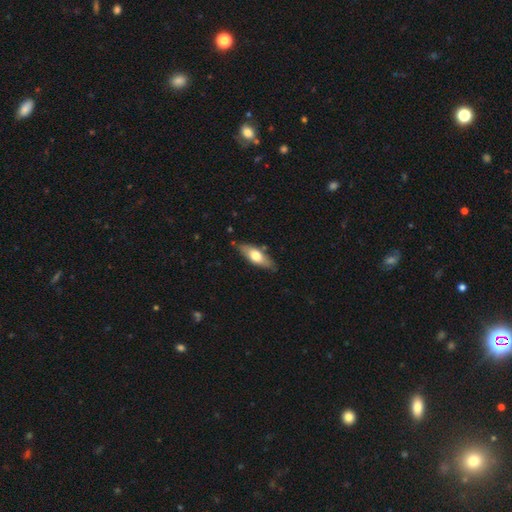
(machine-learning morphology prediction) A smooth galaxy with no disk features (60%) that is in between round and cigar-shaped (66%).

Vote fractions:
- Smooth or featured? smooth: 60% / featured or disk: 35% / star or artifact: 5%
- How rounded? in between: 66% / cigar-shaped: 31% / round: 3%
- Merging? none: 79% / minor disturbance: 15% / major disturbance: 3% / merger: 3%